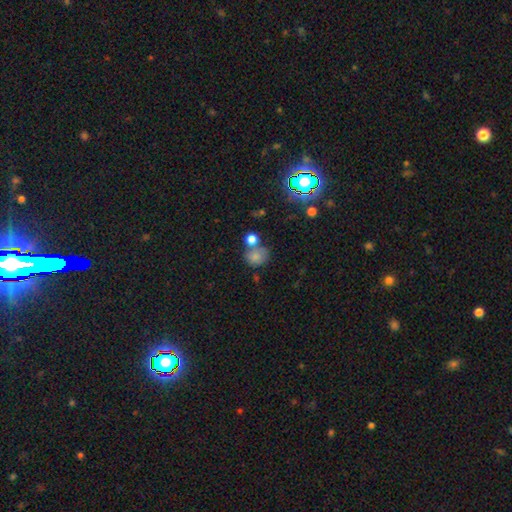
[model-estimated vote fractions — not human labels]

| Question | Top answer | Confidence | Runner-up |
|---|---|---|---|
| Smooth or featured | smooth | 75% | star or artifact (14%) |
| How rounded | round | 74% | in between (25%) |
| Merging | none | 48% | merger (30%) |